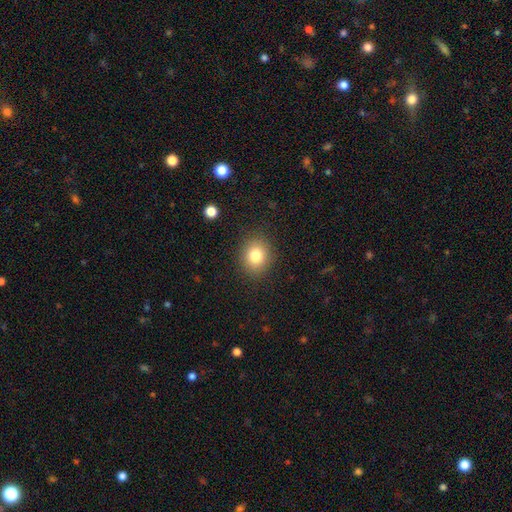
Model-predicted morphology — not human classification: A smooth galaxy with no disk features (80%) that is round (67%).

Vote fractions:
- Smooth or featured? smooth: 80% / star or artifact: 11% / featured or disk: 8%
- How rounded? round: 67% / in between: 32% / cigar-shaped: 1%
- Merging? none: 89% / minor disturbance: 8% / major disturbance: 3% / merger: 1%